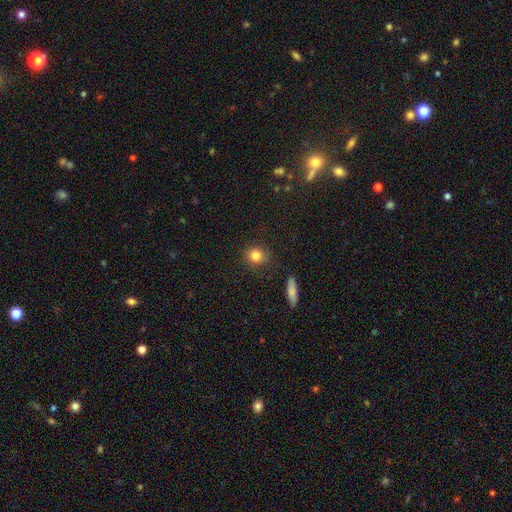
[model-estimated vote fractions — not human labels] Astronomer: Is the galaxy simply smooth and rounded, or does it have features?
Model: smooth — 83%.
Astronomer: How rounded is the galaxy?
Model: round — 85%.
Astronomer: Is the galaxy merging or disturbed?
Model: none — 86%.